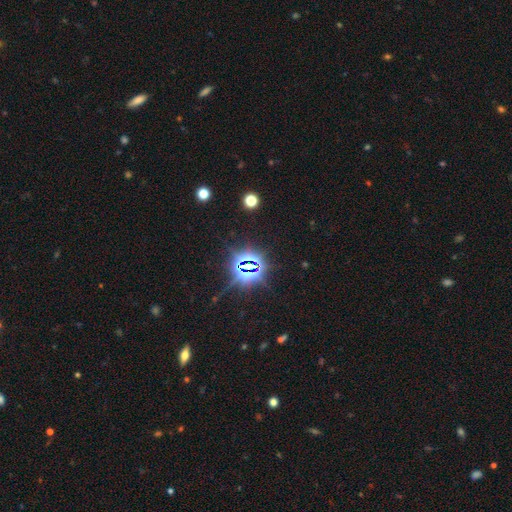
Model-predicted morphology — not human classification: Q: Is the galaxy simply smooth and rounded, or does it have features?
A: star or artifact — 82%.